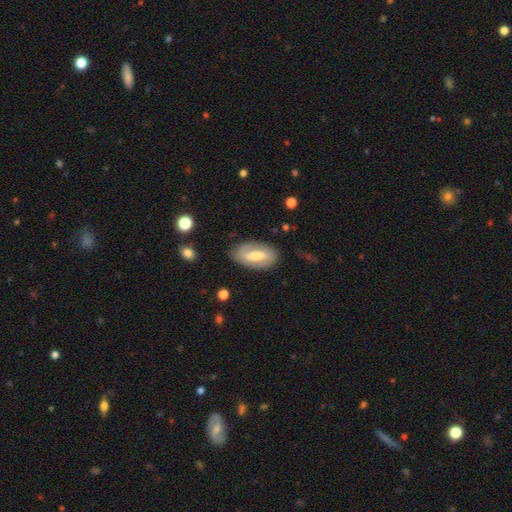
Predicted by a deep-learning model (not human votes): Smooth or featured?
  - featured or disk: 54% *
  - smooth: 40%
  - star or artifact: 6%
Edge-on disk?
  - no: 91% *
  - yes: 9%
Merging?
  - none: 79% *
  - minor disturbance: 15%
  - major disturbance: 5%
  - merger: 1%